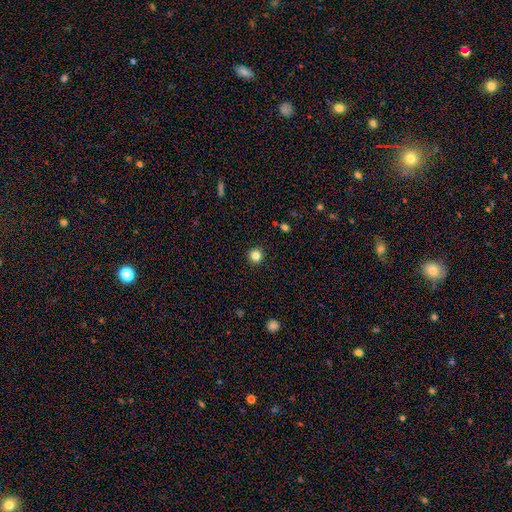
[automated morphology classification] Q: Smooth or featured?
A: smooth (84%); runner-up: star or artifact (12%)
Q: How rounded?
A: round (95%); runner-up: in between (4%)
Q: Merging?
A: none (93%); runner-up: minor disturbance (4%)